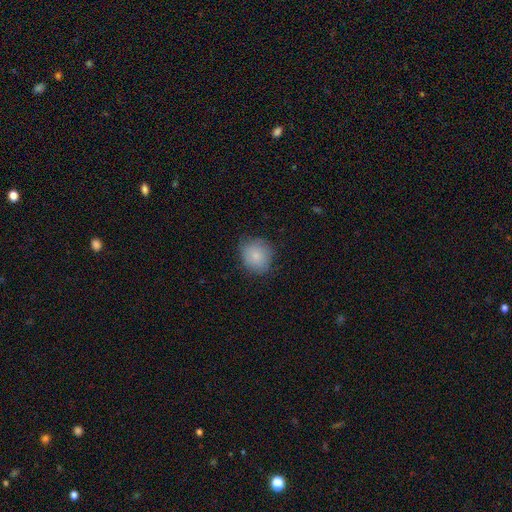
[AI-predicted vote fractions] This is clearly a smooth galaxy (84%). How rounded: likely round (79%). Merging: likely none (74%).